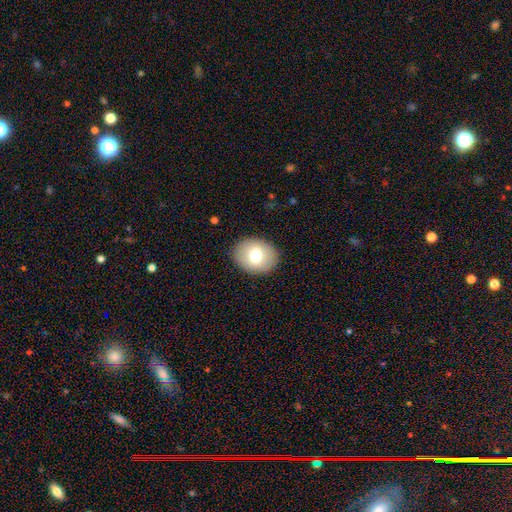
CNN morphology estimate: smooth-or-featured: smooth: 70% | featured or disk: 21% | star or artifact: 8%
  how-rounded: in between: 54% | round: 45% | cigar-shaped: 1%
  merging: none: 88% | minor disturbance: 8% | major disturbance: 3% | merger: 1%